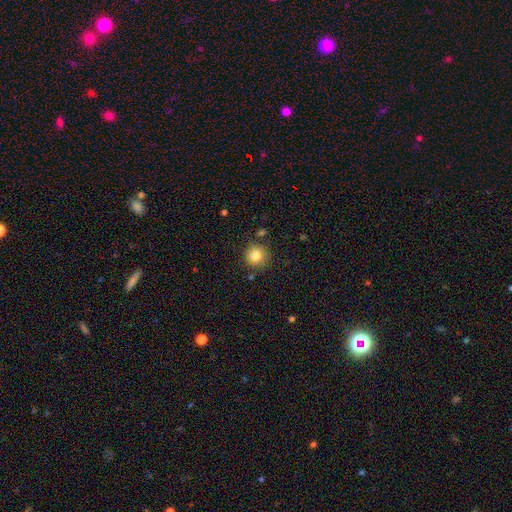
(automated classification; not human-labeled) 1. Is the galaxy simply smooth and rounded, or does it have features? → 83% smooth, 10% star or artifact, 7% featured or disk.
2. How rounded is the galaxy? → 93% round, 6% in between, 1% cigar-shaped.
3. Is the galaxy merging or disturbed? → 83% none, 10% minor disturbance, 4% merger, 3% major disturbance.